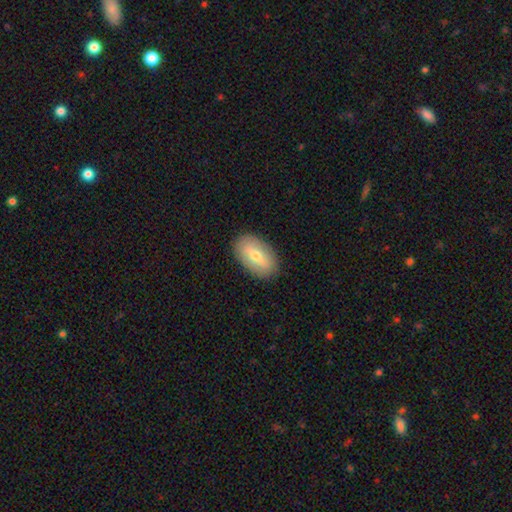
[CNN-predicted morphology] A smooth galaxy with no disk features (62%) that is in between round and cigar-shaped (92%). Merging: none (88%).